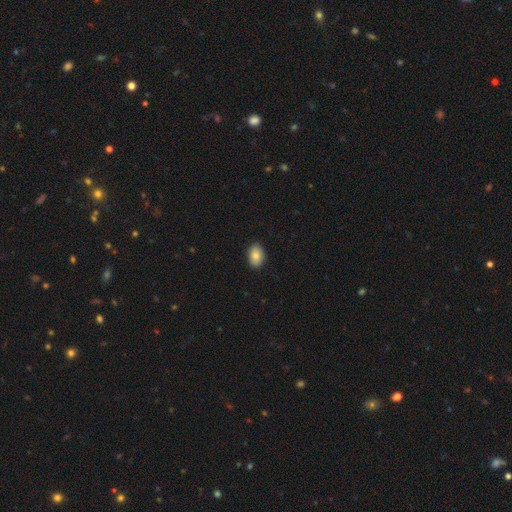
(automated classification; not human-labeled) Smooth or featured?
  - smooth: 83% *
  - featured or disk: 9%
  - star or artifact: 8%
How rounded?
  - in between: 85% *
  - round: 13%
  - cigar-shaped: 1%
Merging?
  - none: 89% *
  - minor disturbance: 8%
  - major disturbance: 2%
  - merger: 1%